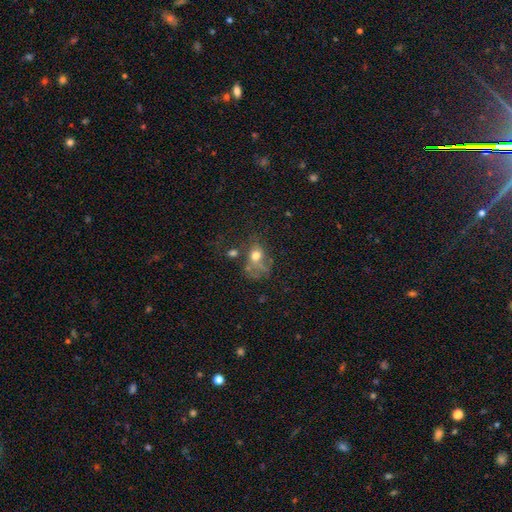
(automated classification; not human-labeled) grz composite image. It shows a smooth galaxy with no disk features (61%) that is in between round and cigar-shaped (55%). Merging: major disturbance (32%).